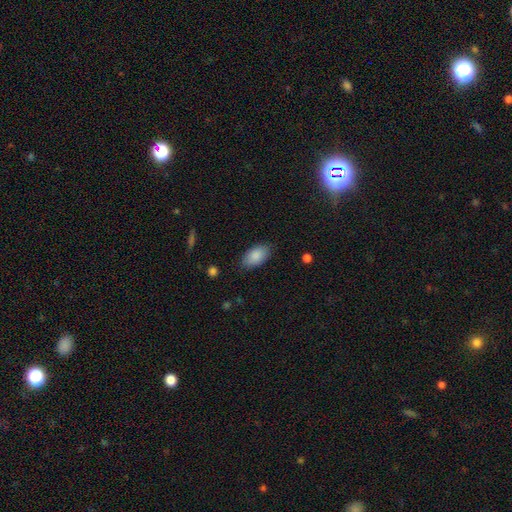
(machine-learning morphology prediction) smooth 88%, star or artifact 6%, featured or disk 5%. Down the decision tree: how rounded — in between (94%); merging — none (82%).